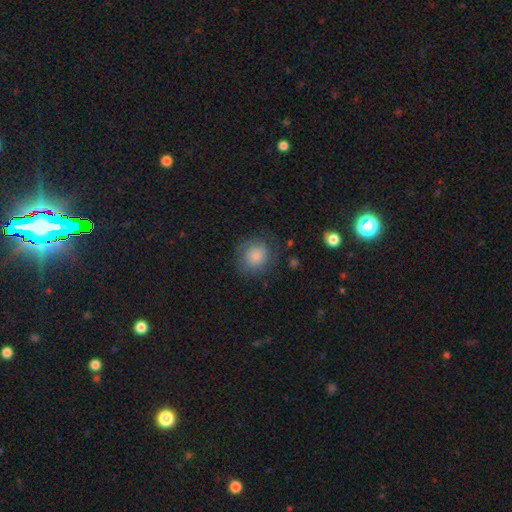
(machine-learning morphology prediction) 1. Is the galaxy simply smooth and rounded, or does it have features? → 75% smooth, 17% featured or disk, 8% star or artifact.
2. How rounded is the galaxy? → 83% round, 16% in between, 1% cigar-shaped.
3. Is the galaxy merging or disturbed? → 70% none, 19% minor disturbance, 10% major disturbance, 1% merger.